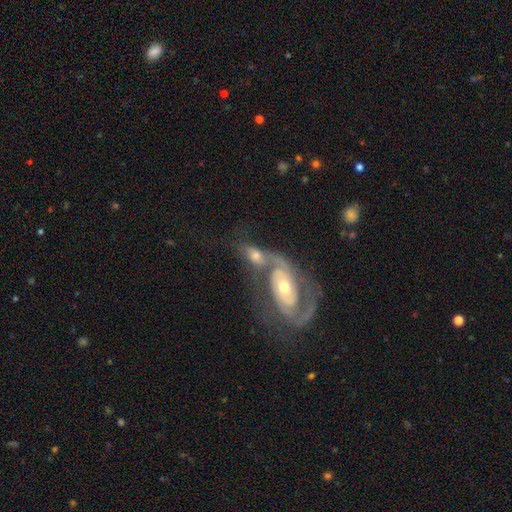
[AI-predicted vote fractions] The model was most divided on "spiral winding" (2-way tie): medium: 40%, tight: 40%, loose: 20%. More confident: edge-on disk — no (93%); spiral arms — yes (86%); spiral arm count — 2 (75%); smooth or featured — featured or disk (73%); bar — no (62%); bulge size — moderate (61%); merging — merger (57%).